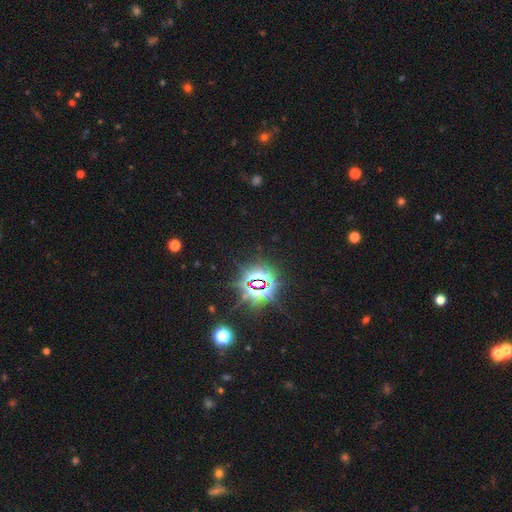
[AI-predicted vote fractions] Smooth or featured? Predicted: star or artifact (p=0.81).